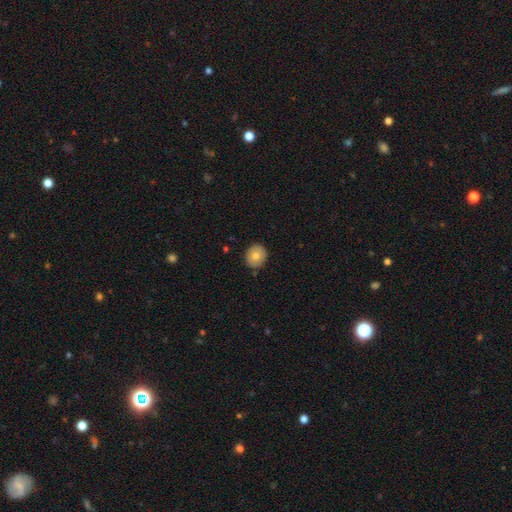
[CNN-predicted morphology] Overall: smooth (77%). How rounded: round (82%). Merging: none (88%).